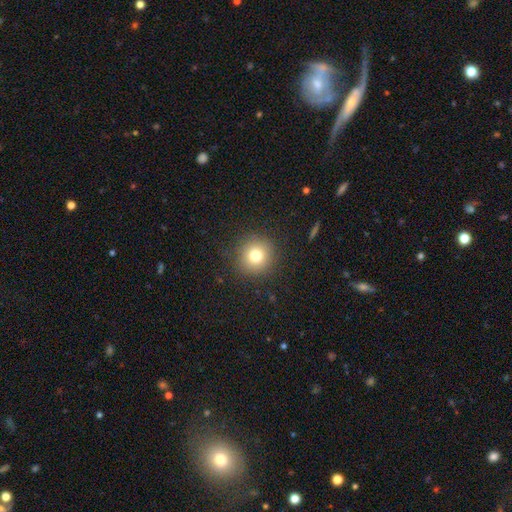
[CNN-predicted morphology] Smooth or featured? Predicted: smooth (p=0.77). How rounded? Predicted: round (p=0.91). Merging? Predicted: none (p=0.89).